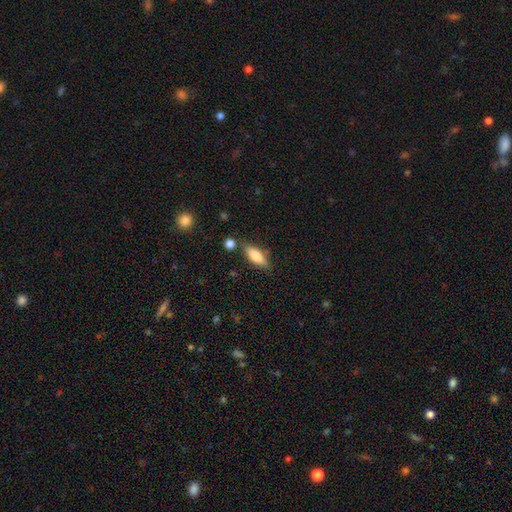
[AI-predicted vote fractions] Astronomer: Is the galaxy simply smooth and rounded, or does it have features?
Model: smooth — 74%.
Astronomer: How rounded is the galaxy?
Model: in between — 59% (runner-up: cigar-shaped, 38%).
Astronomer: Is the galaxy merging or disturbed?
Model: none — 77%.